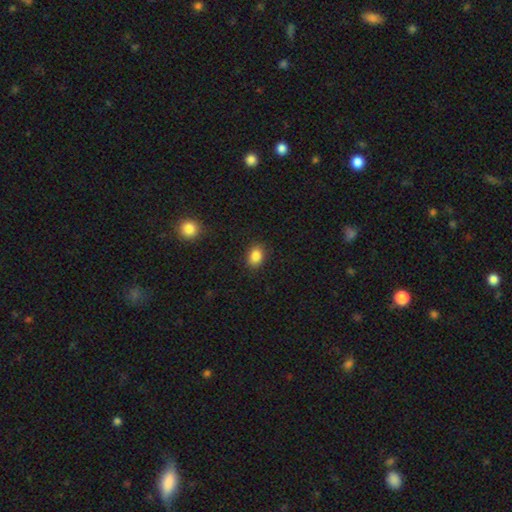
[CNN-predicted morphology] Smooth or featured: smooth — 86% (star or artifact — 9%)
How rounded: in between — 69% (round — 30%)
Merging: none — 88% (minor disturbance — 9%)